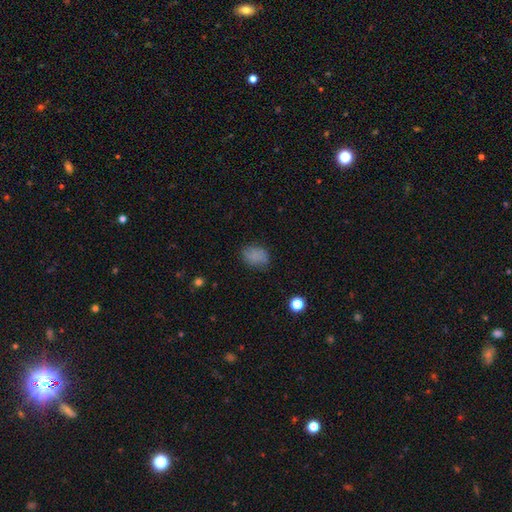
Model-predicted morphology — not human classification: Smooth or featured? Predicted: smooth (p=0.79). How rounded? Predicted: in between (p=0.67). Merging? Predicted: none (p=0.70).